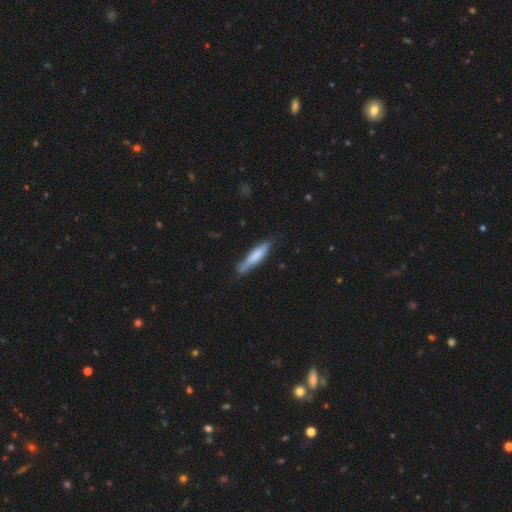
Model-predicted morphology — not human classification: A smooth galaxy with no disk features (73%) that is cigar-shaped (84%).

Vote fractions:
- Smooth or featured? smooth: 73% / featured or disk: 22% / star or artifact: 5%
- How rounded? cigar-shaped: 84% / in between: 15% / round: 1%
- Merging? none: 72% / minor disturbance: 21% / major disturbance: 4% / merger: 2%